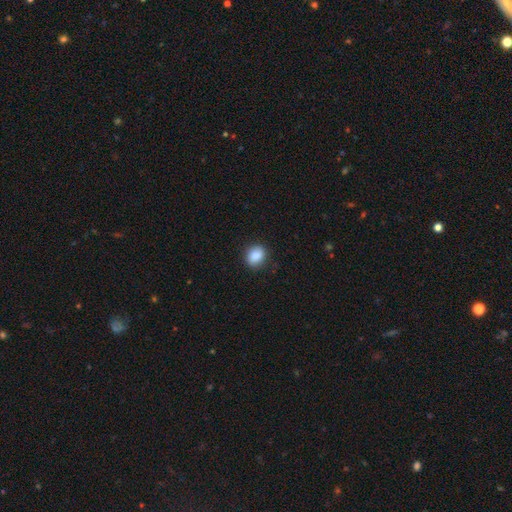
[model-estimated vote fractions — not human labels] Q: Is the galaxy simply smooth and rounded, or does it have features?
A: smooth — 88%.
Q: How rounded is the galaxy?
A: round — 54%.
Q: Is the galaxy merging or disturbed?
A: none — 84%.